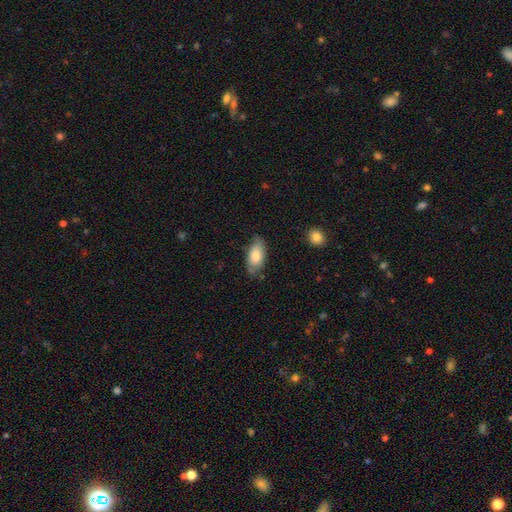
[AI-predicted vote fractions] Overall: smooth (78%). How rounded: in between (91%). Merging: none (70%).